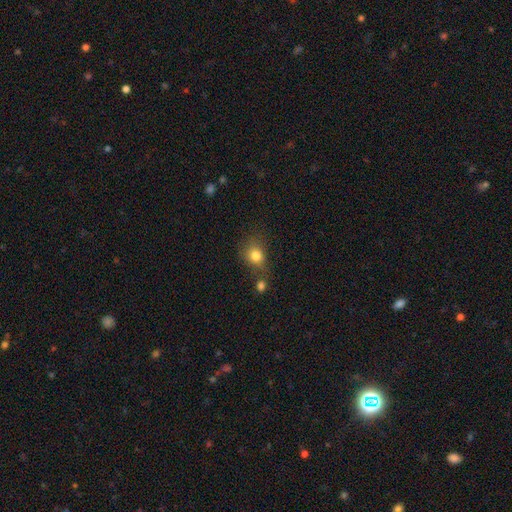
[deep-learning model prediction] smooth-or-featured: smooth: 81% | star or artifact: 12% | featured or disk: 7%
  how-rounded: round: 67% | in between: 32% | cigar-shaped: 1%
  merging: none: 60% | minor disturbance: 18% | merger: 16% | major disturbance: 7%